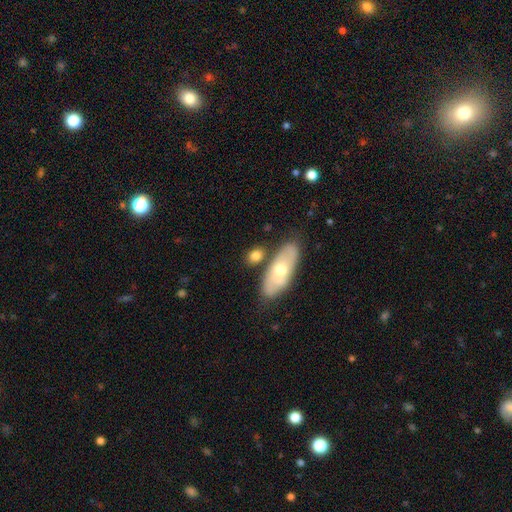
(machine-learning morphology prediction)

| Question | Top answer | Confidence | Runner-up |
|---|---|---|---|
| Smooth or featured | smooth | 68% | featured or disk (25%) |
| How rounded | in between | 72% | round (17%) |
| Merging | none | 66% | merger (16%) |